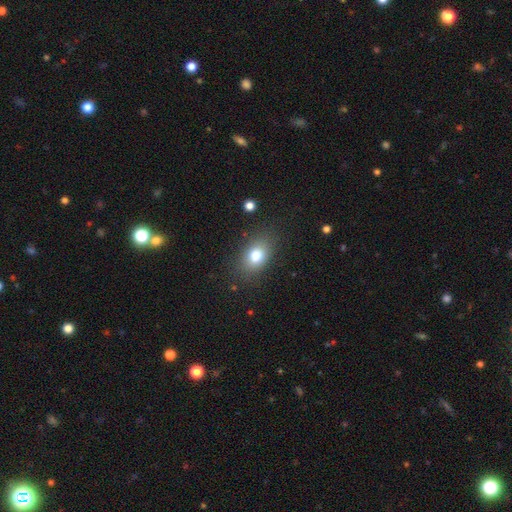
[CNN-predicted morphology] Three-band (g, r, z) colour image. It shows a smooth galaxy with no disk features (78%) that is in between round and cigar-shaped (75%). Merging: none (82%).